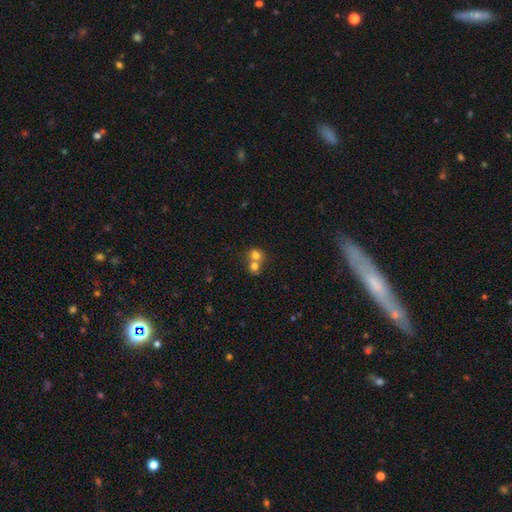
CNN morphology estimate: smooth 73%, featured or disk 15%, star or artifact 12%. Down the decision tree: how rounded — round (70%); merging — merger (67%).